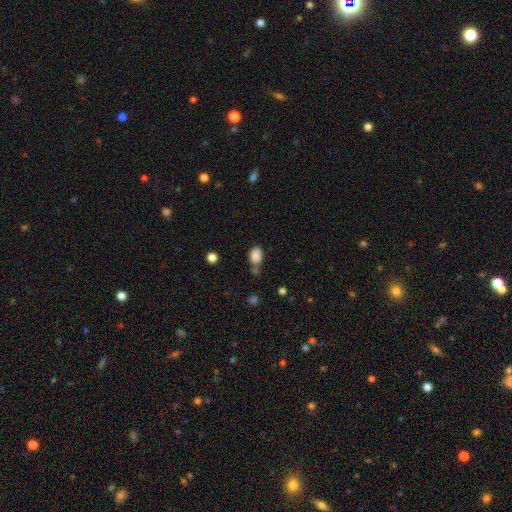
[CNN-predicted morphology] smooth 86%, star or artifact 10%, featured or disk 4%. Down the decision tree: how rounded — in between (78%); merging — none (56%).